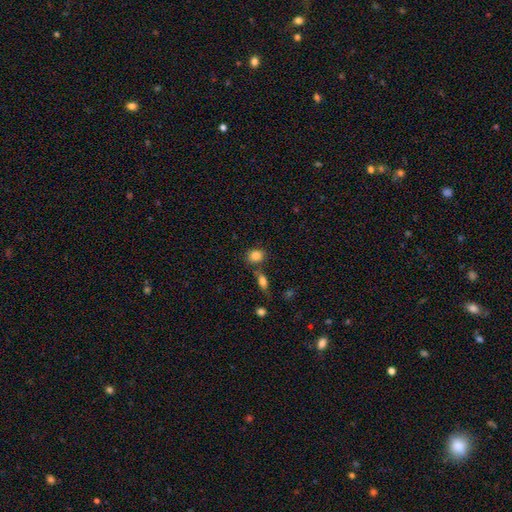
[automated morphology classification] A smooth galaxy with no disk features (85%) that is round (53%). Merging: none (69%).